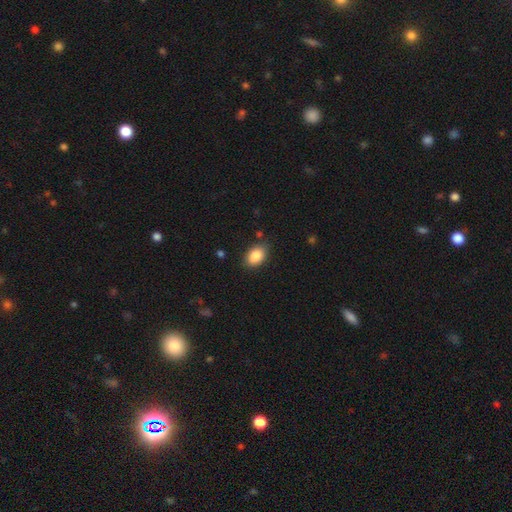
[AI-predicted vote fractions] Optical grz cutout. It shows a smooth galaxy with no disk features (87%) that is in between round and cigar-shaped (87%). Merging: none (83%).